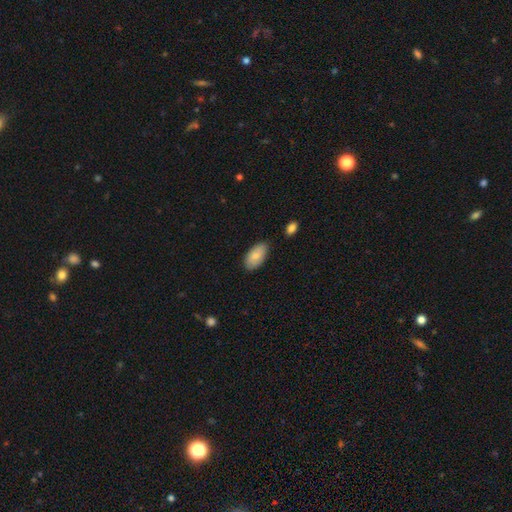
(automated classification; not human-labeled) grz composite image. It shows a smooth galaxy with no disk features (81%) that is in between round and cigar-shaped (95%). Merging: none (81%).